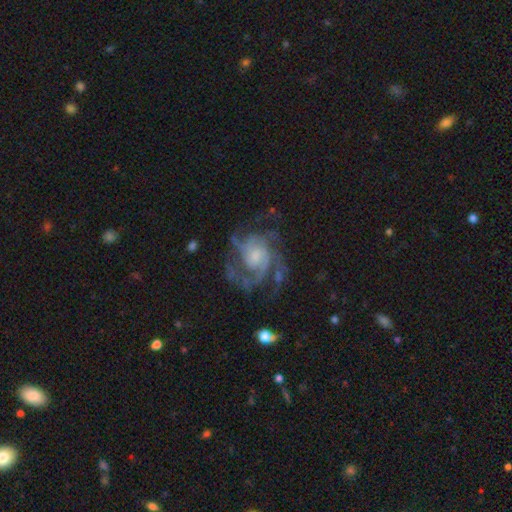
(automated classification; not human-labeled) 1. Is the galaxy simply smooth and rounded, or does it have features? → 88% featured or disk, 6% smooth, 6% star or artifact.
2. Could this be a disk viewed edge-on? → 98% no, 2% yes.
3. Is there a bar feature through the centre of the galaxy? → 65% no, 29% weak, 5% strong.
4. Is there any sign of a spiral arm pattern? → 96% yes, 4% no.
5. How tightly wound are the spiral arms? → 46% medium, 40% tight, 14% loose.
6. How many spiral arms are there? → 31% 3, 20% can't tell, 19% 2, 16% 4, 7% 1, 7% more than 4.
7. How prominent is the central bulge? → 43% small, 38% moderate, 9% large, 9% none, 2% dominant.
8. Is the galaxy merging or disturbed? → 58% none, 22% major disturbance, 18% minor disturbance, 3% merger.